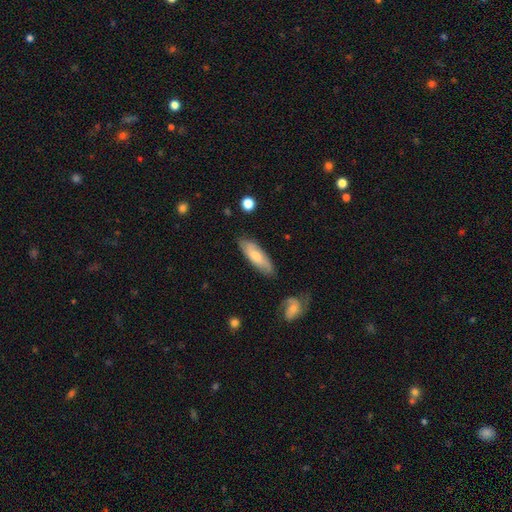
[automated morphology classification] A smooth galaxy with no disk features (69%) that is in between round and cigar-shaped (54%). Merging: none (80%).